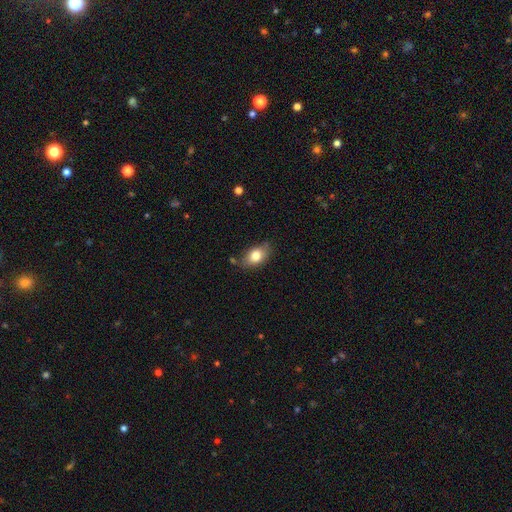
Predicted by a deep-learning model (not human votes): This is clearly a smooth galaxy (80%). How rounded: clearly in between (84%). Merging: likely none (73%).